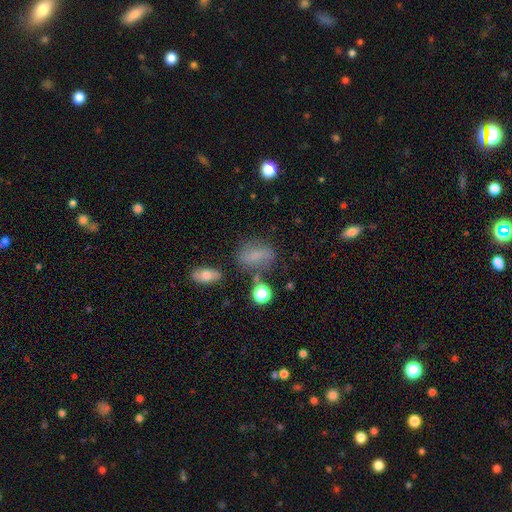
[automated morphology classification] smooth-or-featured: smooth: 64% | featured or disk: 21% | star or artifact: 15%
  how-rounded: in between: 73% | round: 22% | cigar-shaped: 5%
  merging: none: 58% | minor disturbance: 23% | major disturbance: 12% | merger: 7%